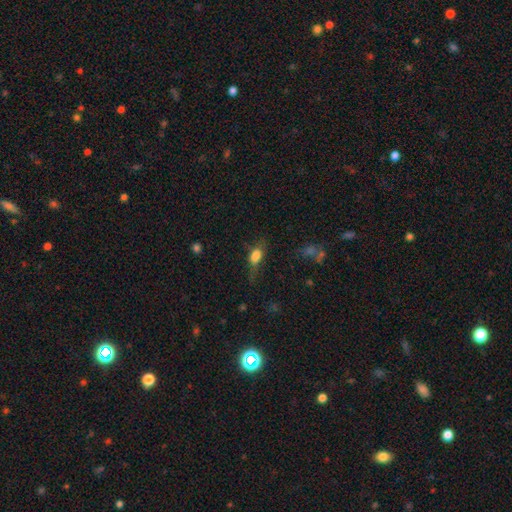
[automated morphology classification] The model was most divided on "merging": none: 46%, minor disturbance: 28%, major disturbance: 22%, merger: 4%. More confident: how rounded — in between (75%); smooth or featured — smooth (71%).